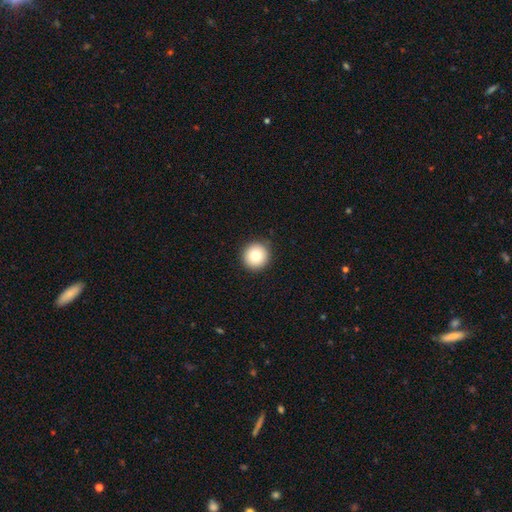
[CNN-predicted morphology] This appears to be a smooth galaxy with no disk features (81%) that is round (94%). Merging: none (91%).